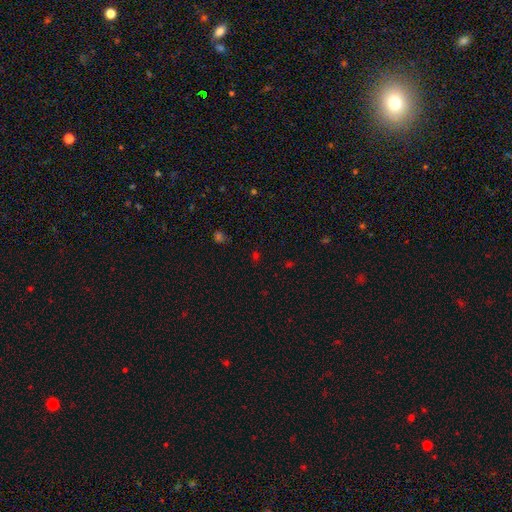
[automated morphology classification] A star or artifact, not a galaxy (49%).

Vote fractions:
- Smooth or featured? star or artifact: 49% / smooth: 44% / featured or disk: 6%